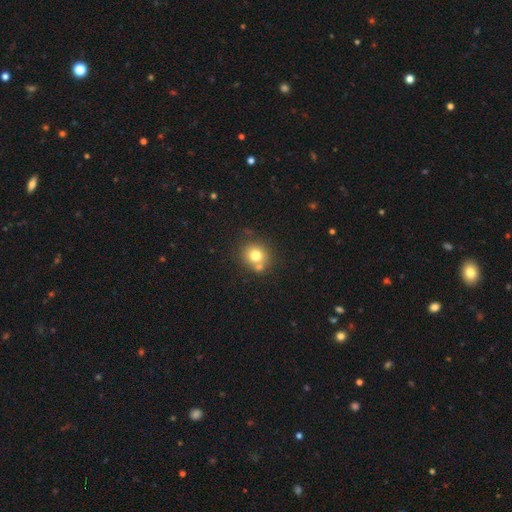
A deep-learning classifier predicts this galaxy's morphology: Smooth or featured?
  - smooth: 75% *
  - featured or disk: 13%
  - star or artifact: 12%
How rounded?
  - round: 85% *
  - in between: 14%
  - cigar-shaped: 1%
Merging?
  - none: 62% *
  - merger: 24%
  - minor disturbance: 11%
  - major disturbance: 3%